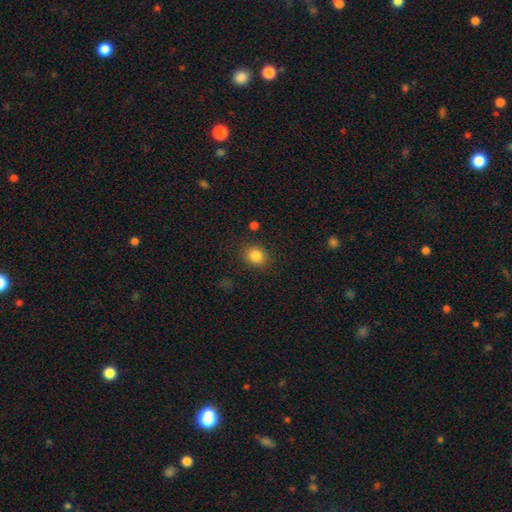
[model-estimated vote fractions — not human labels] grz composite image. It shows a smooth galaxy with no disk features (84%) that is round (65%). Merging: none (86%).